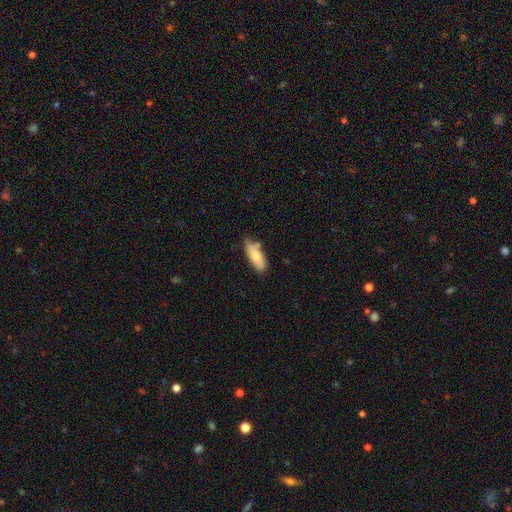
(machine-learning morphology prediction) The model was most divided on "merging": none: 58%, minor disturbance: 29%, merger: 7%, major disturbance: 6%. More confident: how rounded — in between (76%); smooth or featured — smooth (74%).